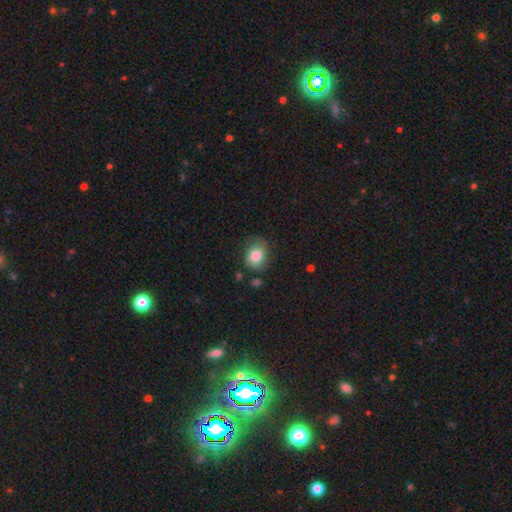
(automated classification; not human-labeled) smooth-or-featured: smooth: 78% | featured or disk: 14% | star or artifact: 8%
  how-rounded: round: 57% | in between: 42% | cigar-shaped: 1%
  merging: none: 62% | minor disturbance: 26% | major disturbance: 9% | merger: 3%